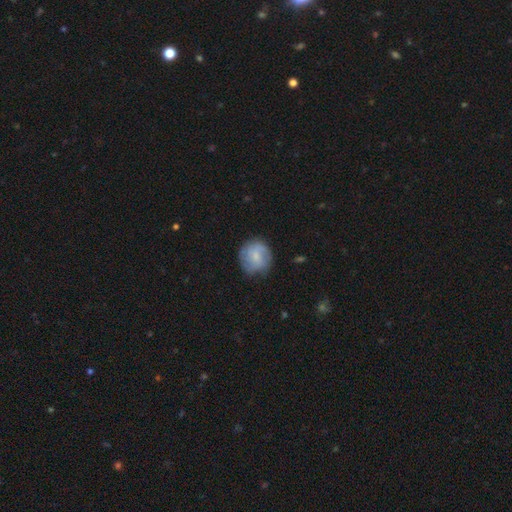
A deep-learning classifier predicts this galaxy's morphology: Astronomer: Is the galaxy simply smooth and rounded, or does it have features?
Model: smooth — 55% (runner-up: featured or disk, 38%).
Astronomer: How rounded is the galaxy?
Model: round — 87%.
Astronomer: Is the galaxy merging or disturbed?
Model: none — 74%.